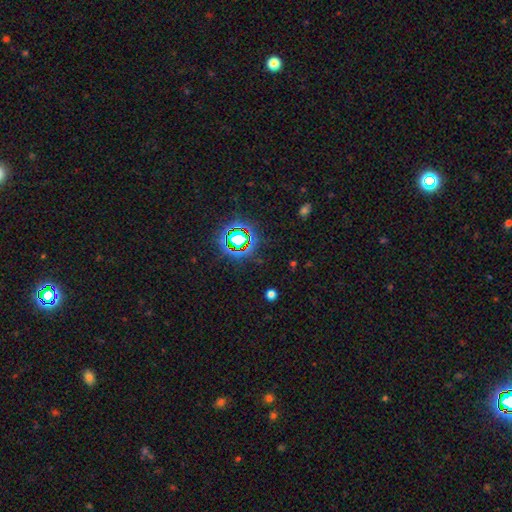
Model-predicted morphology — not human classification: A star or artifact, not a galaxy (74%).